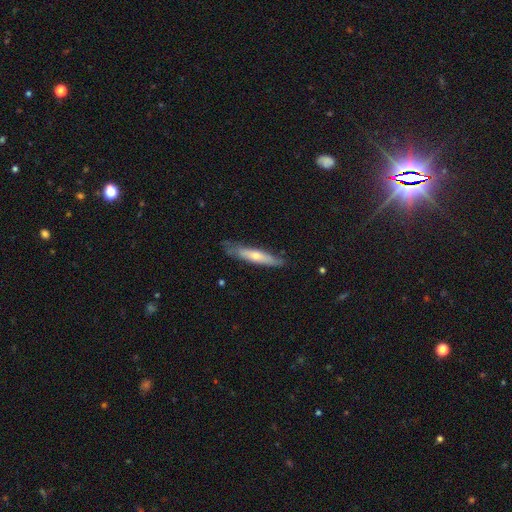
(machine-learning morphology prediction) type=smooth (50%); merging=none (71%).